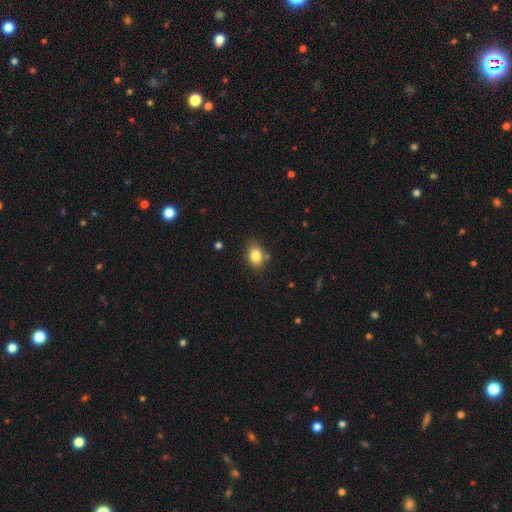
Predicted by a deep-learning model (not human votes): smooth-or-featured: smooth: 83% | star or artifact: 10% | featured or disk: 8%
  how-rounded: in between: 72% | round: 27% | cigar-shaped: 1%
  merging: none: 77% | minor disturbance: 15% | merger: 5% | major disturbance: 3%